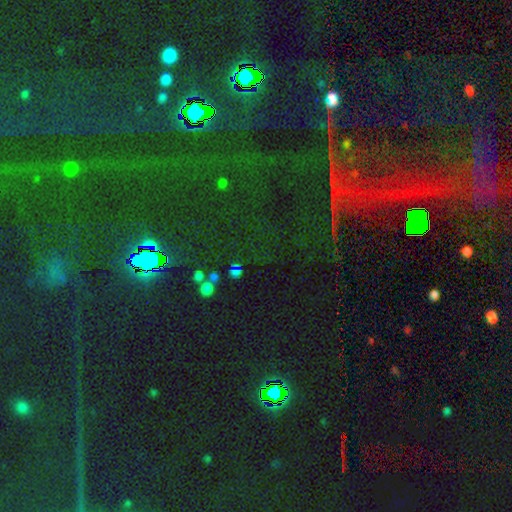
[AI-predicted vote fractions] A star or artifact, not a galaxy (82%).

Vote fractions:
- Smooth or featured? star or artifact: 82% / smooth: 11% / featured or disk: 8%